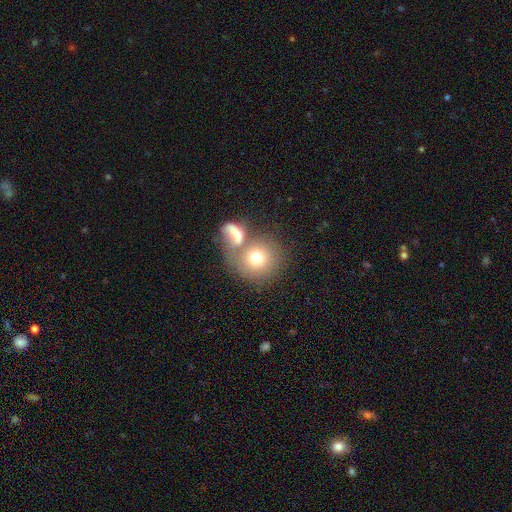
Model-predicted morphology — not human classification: A smooth galaxy with no disk features (66%) that is round (81%).

Vote fractions:
- Smooth or featured? smooth: 66% / featured or disk: 21% / star or artifact: 13%
- How rounded? round: 81% / in between: 18% / cigar-shaped: 1%
- Merging? merger: 56% / none: 32% / minor disturbance: 8% / major disturbance: 4%